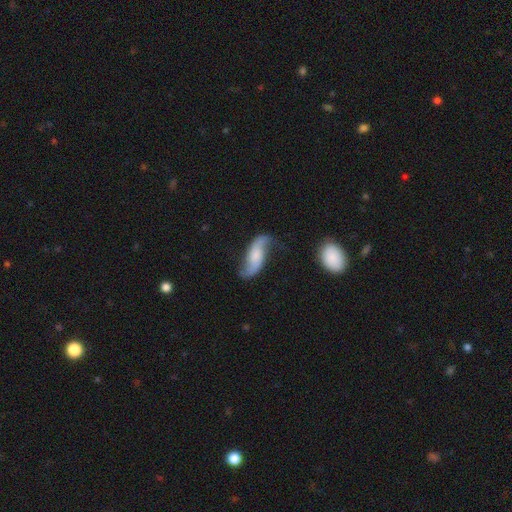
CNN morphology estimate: This appears to be a featured or disk galaxy (78%) with no bar (54%), 2 (92%) loose (80%) spiral arms (95%) and a small central bulge (32%). Merging: none (67%).